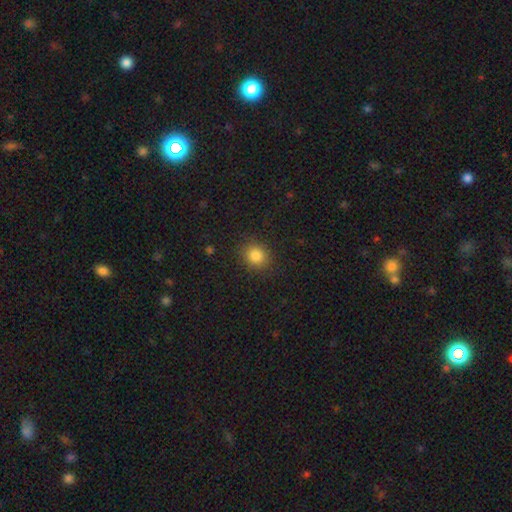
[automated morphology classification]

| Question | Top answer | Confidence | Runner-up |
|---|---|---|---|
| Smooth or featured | smooth | 83% | star or artifact (12%) |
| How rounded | round | 77% | in between (22%) |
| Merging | none | 88% | minor disturbance (8%) |